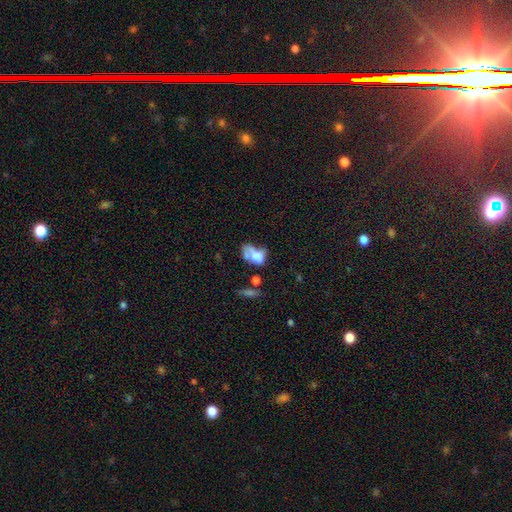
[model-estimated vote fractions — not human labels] Morphology: type=smooth (57%); roundness=in between (82%); merging=merger (40%).